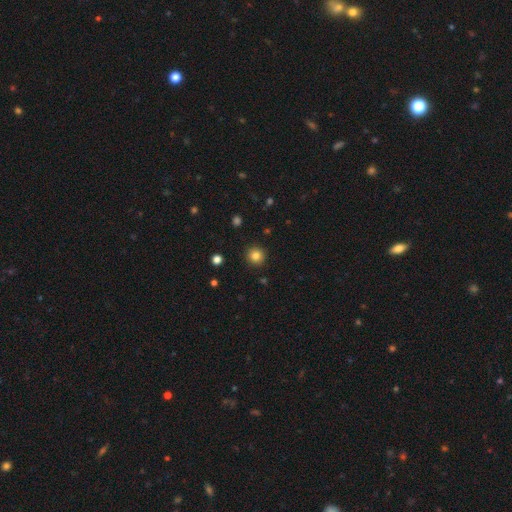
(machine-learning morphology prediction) A smooth galaxy with no disk features (83%) that is round (94%).

Vote fractions:
- Smooth or featured? smooth: 83% / star or artifact: 12% / featured or disk: 5%
- How rounded? round: 94% / in between: 5% / cigar-shaped: 1%
- Merging? none: 92% / minor disturbance: 5% / major disturbance: 2% / merger: 1%